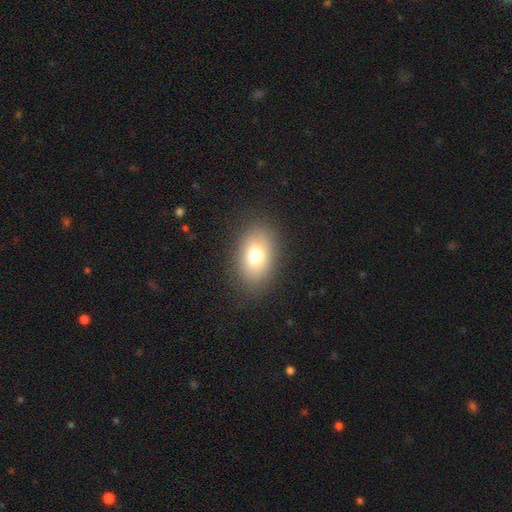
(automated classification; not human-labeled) A smooth galaxy with no disk features (73%) that is in between round and cigar-shaped (82%). Merging: none (85%).